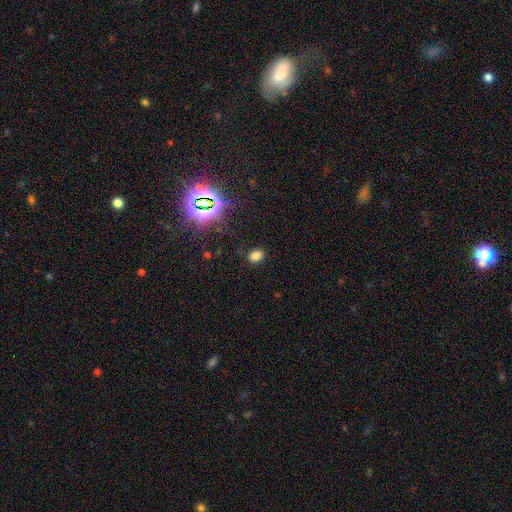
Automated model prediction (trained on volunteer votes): The model was most divided on "how rounded": in between: 71%, round: 28%, cigar-shaped: 1%. More confident: merging — none (85%); smooth or featured — smooth (75%).